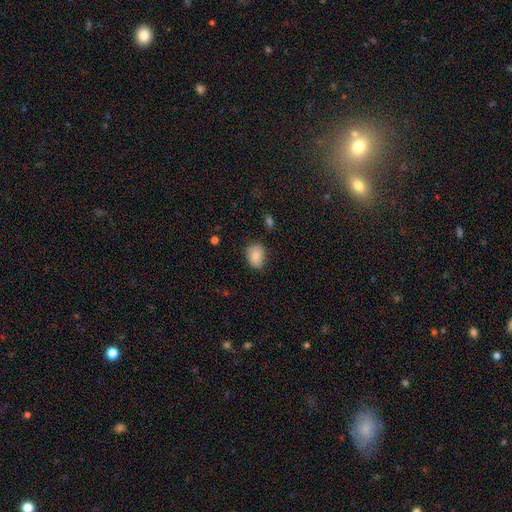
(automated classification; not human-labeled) This is likely a smooth galaxy (77%). How rounded: likely in between (63%). Merging: likely none (72%).